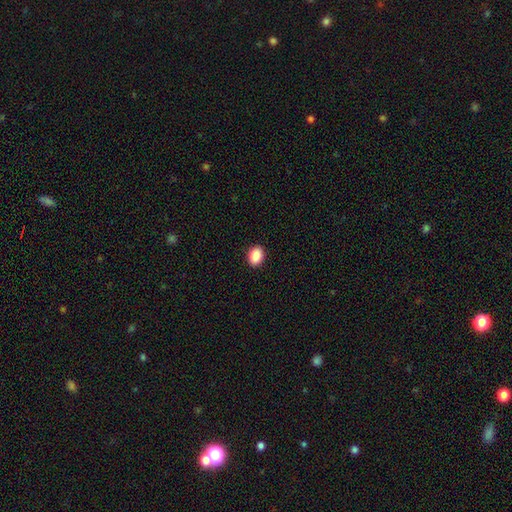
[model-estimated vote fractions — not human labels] This is clearly a smooth galaxy (88%). How rounded: likely in between (65%). Merging: clearly none (92%).